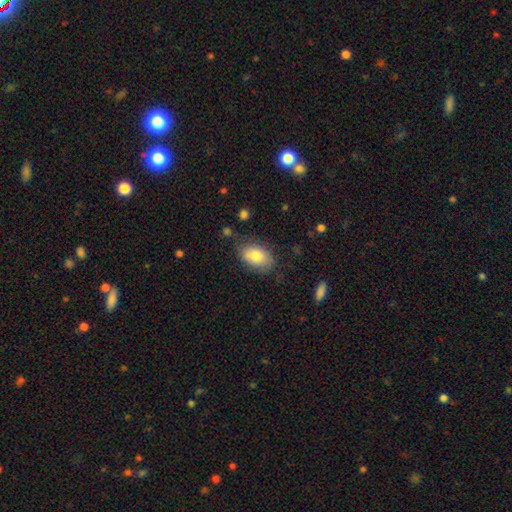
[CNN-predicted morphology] Smooth or featured? Predicted: smooth (p=0.80). How rounded? Predicted: in between (p=0.89). Merging? Predicted: none (p=0.72).